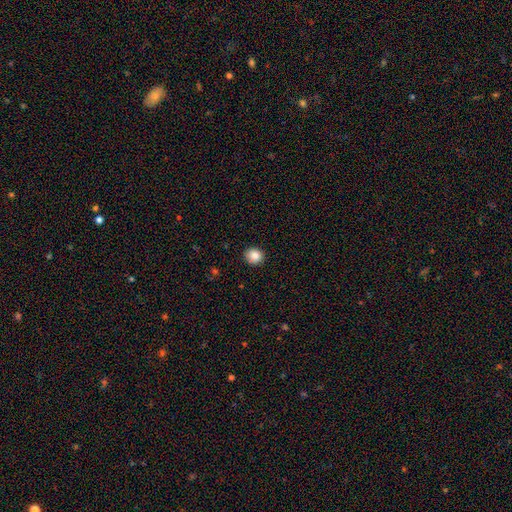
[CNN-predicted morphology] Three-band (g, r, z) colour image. It shows a smooth galaxy with no disk features (86%) that is round (87%). Merging: none (91%).